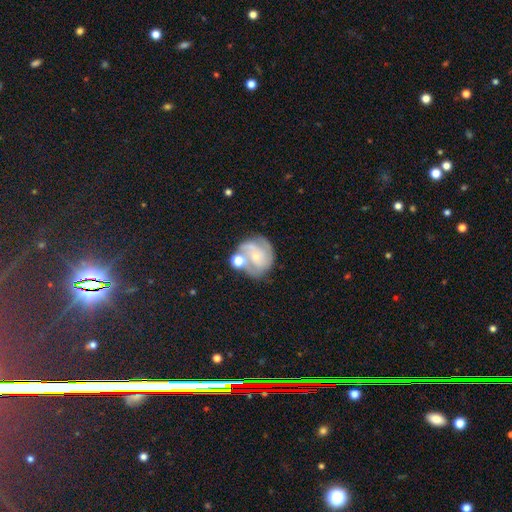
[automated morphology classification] The model was most divided on "spiral winding": tight: 44%, medium: 43%, loose: 14%. Remaining: edge-on disk — no (98%); spiral arms — yes (86%); smooth or featured — featured or disk (69%); bar — no (67%); bulge size — small (67%); merging — none (49%); spiral arm count — 2 (37%).